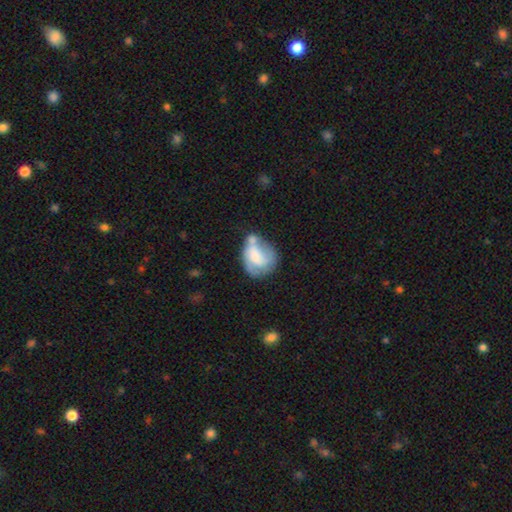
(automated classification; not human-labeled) Q: Smooth or featured?
A: featured or disk (49%); runner-up: smooth (44%)
Q: Merging?
A: none (32%); runner-up: minor disturbance (24%)